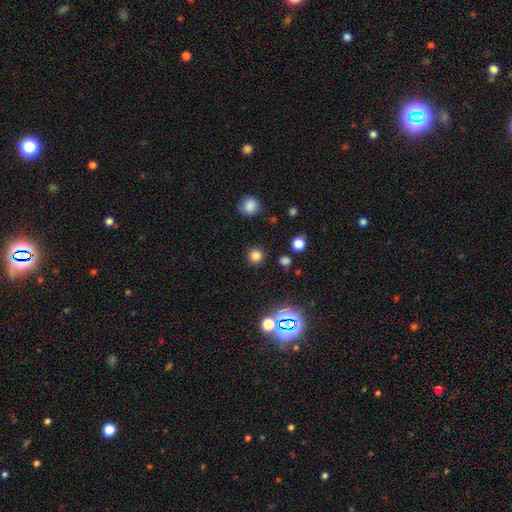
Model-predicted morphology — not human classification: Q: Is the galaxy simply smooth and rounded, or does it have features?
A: smooth — 76%.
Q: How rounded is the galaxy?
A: round — 94%.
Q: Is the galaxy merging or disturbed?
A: none — 88%.